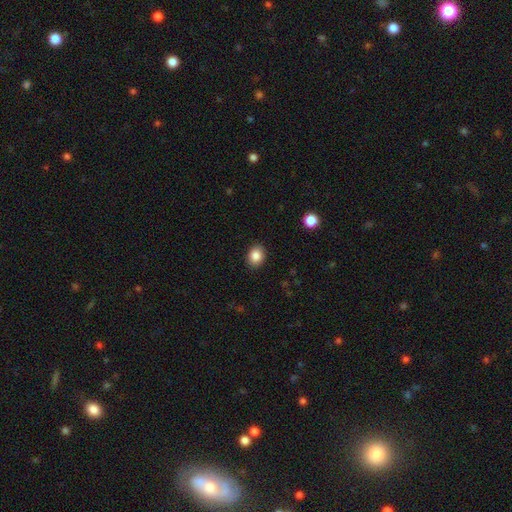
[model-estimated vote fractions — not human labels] smooth_or_featured: smooth (p=0.86) [alt: star or artifact p=0.09]
how_rounded: in between (p=0.50) [alt: round p=0.49]
merging: none (p=0.90) [alt: minor disturbance p=0.07]